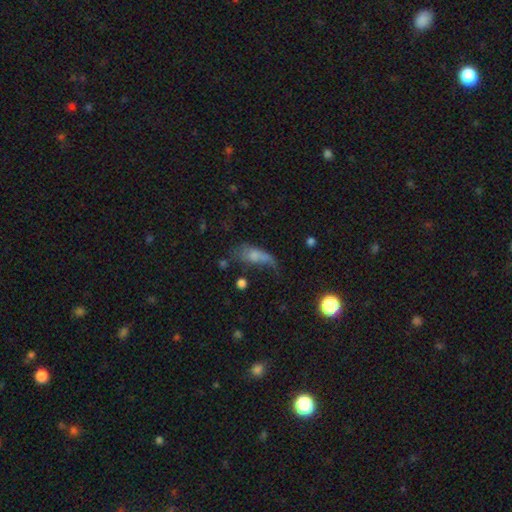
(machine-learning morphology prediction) Smooth or featured? smooth (59%)
How rounded? in between (74%)
Merging? major disturbance (40%)